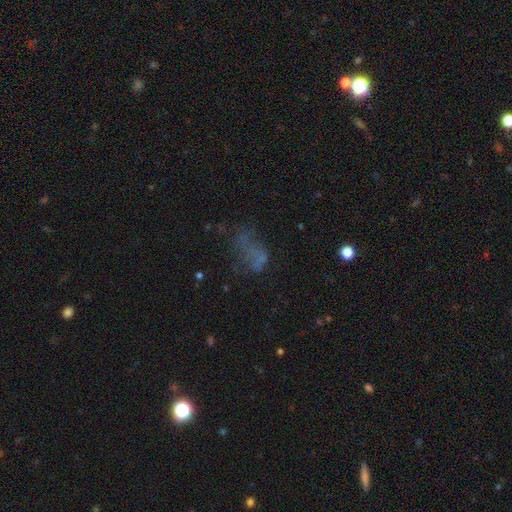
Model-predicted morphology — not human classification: A smooth galaxy with no disk features (41%).

Vote fractions:
- Smooth or featured? smooth: 41% / featured or disk: 33% / star or artifact: 27%
- Merging? none: 37% / major disturbance: 36% / minor disturbance: 18% / merger: 8%